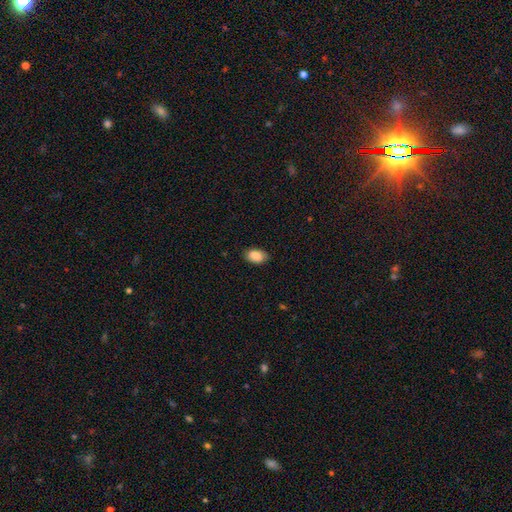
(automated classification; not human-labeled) smooth 87%, star or artifact 7%, featured or disk 6%. Down the decision tree: how rounded — in between (92%); merging — none (83%).